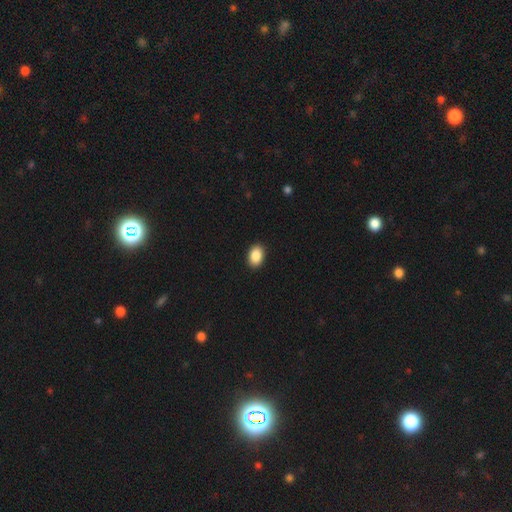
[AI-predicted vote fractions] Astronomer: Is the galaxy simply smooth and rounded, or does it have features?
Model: smooth — 89%.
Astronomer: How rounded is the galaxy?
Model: in between — 85%.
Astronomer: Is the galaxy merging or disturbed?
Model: none — 91%.